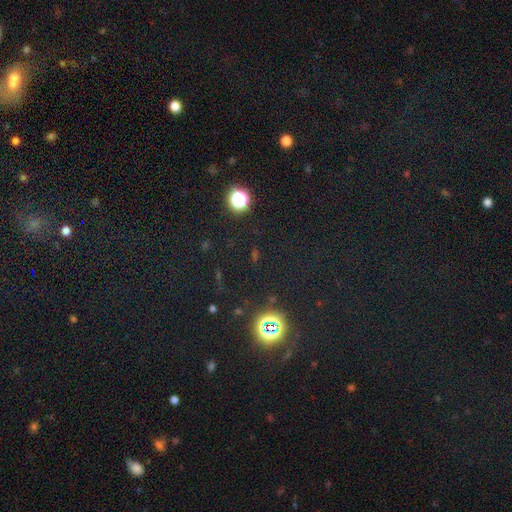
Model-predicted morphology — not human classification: type=star or artifact (73%).